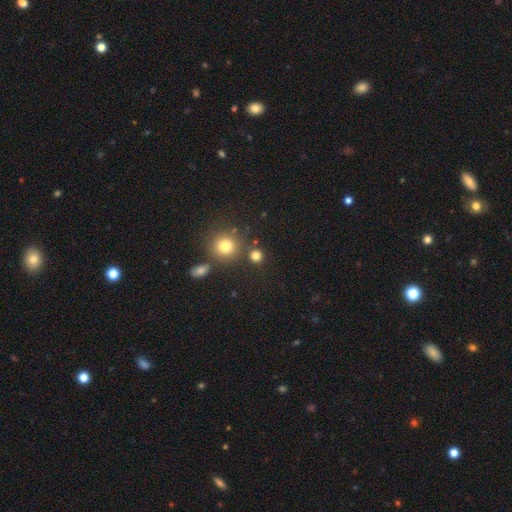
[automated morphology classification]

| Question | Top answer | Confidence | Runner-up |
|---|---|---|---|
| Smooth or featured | smooth | 78% | star or artifact (16%) |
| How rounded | round | 88% | in between (11%) |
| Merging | none | 78% | merger (11%) |